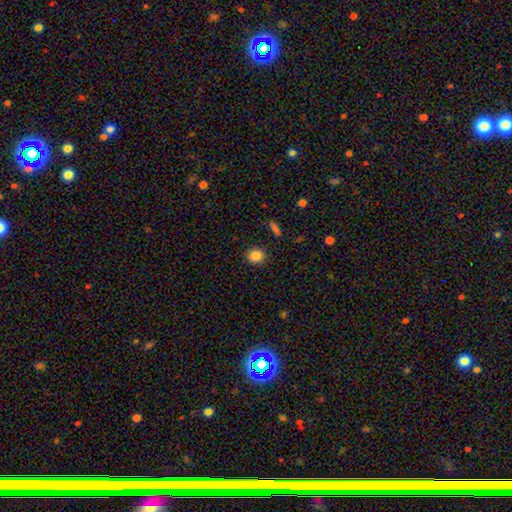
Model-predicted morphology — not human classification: The model was most divided on "how rounded": round: 86%, in between: 13%, cigar-shaped: 1%. More confident: merging — none (90%); smooth or featured — smooth (85%).